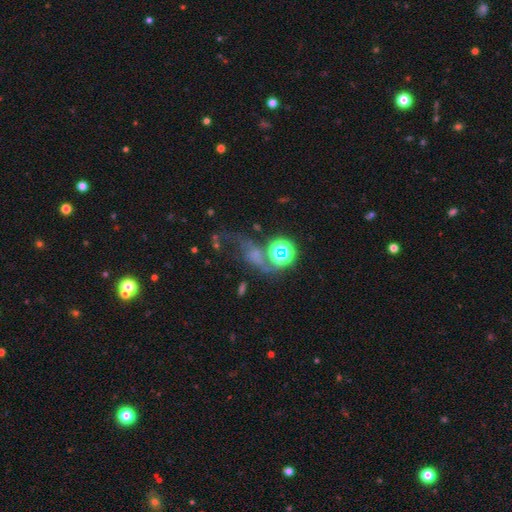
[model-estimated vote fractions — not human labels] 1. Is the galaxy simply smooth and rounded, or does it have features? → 38% star or artifact, 34% smooth, 29% featured or disk.